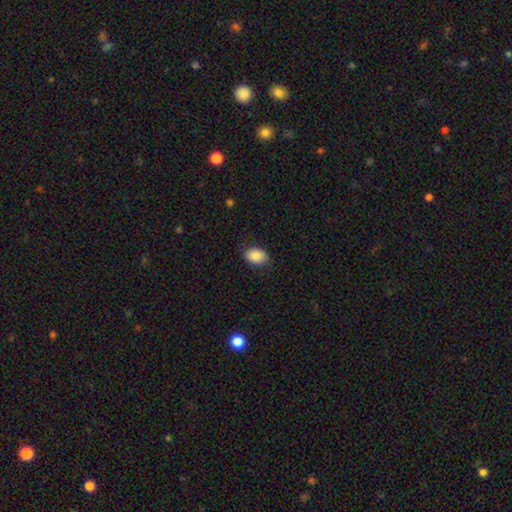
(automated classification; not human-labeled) smooth-or-featured: smooth: 87% | star or artifact: 8% | featured or disk: 6%
  how-rounded: in between: 74% | round: 25% | cigar-shaped: 1%
  merging: none: 85% | minor disturbance: 12% | major disturbance: 3% | merger: 1%